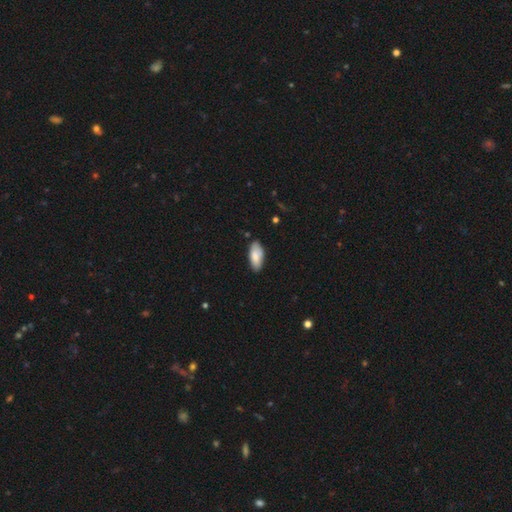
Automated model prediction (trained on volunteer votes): Morphology: type=smooth (83%); roundness=in between (88%); merging=none (79%).